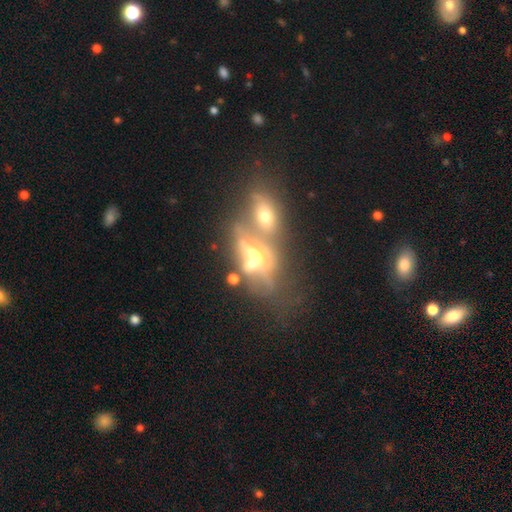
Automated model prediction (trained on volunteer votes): This appears to be a featured or disk galaxy (55%). Merging: merger (71%).